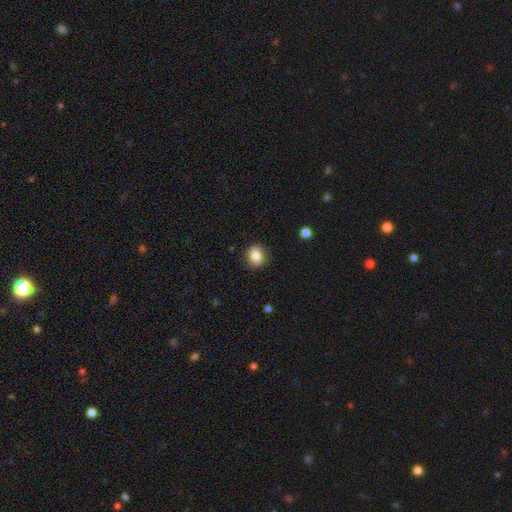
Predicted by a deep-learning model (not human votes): This is clearly a smooth galaxy (81%). How rounded: likely round (61%). Merging: clearly none (84%).